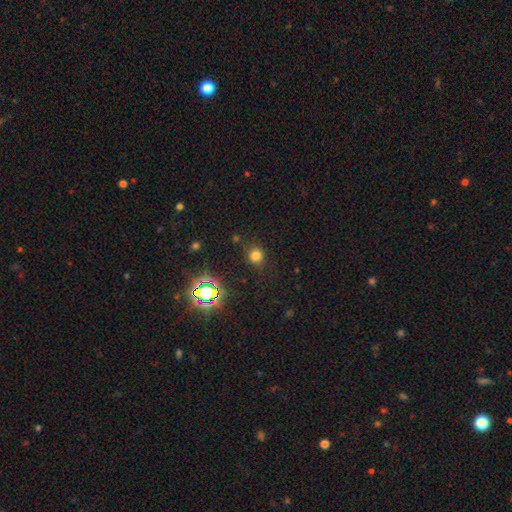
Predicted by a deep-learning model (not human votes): smooth-or-featured: smooth: 73% | star or artifact: 21% | featured or disk: 6%
  how-rounded: round: 82% | in between: 17% | cigar-shaped: 1%
  merging: none: 82% | minor disturbance: 12% | major disturbance: 4% | merger: 2%